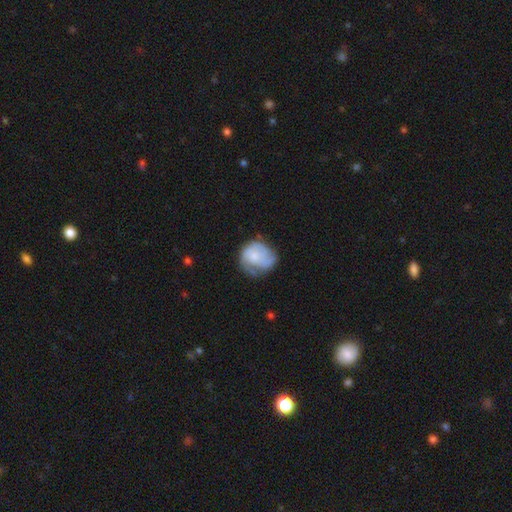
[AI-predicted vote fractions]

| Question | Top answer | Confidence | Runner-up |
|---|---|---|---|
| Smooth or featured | featured or disk | 51% | smooth (42%) |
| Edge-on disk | no | 98% | yes (2%) |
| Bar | no | 78% | weak (19%) |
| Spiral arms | yes | 79% | no (21%) |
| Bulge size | small | 43% | moderate (32%) |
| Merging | none | 51% | minor disturbance (29%) |